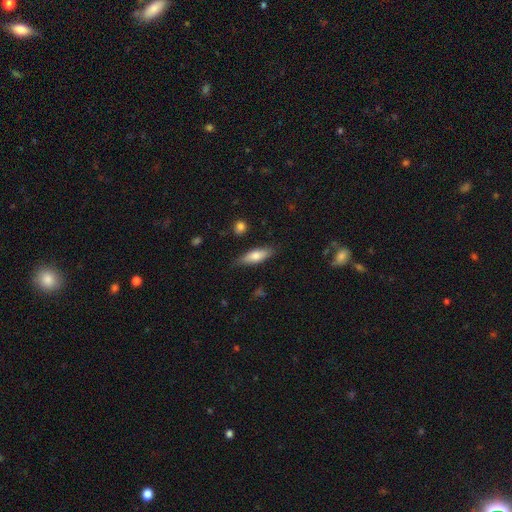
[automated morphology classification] This is likely a smooth galaxy (69%). How rounded: possibly in between (49%). Merging: clearly none (80%).